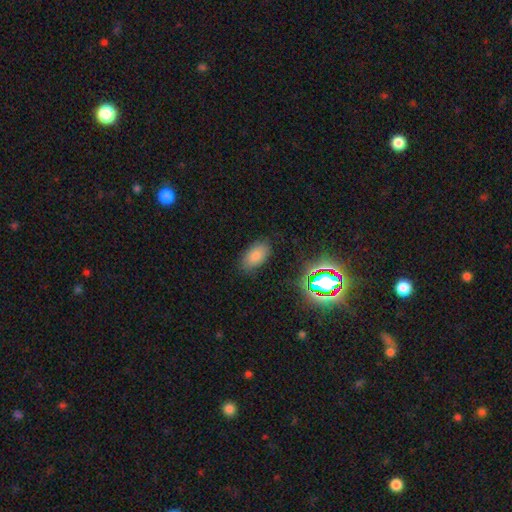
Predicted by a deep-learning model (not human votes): Morphology: type=smooth (77%); roundness=in between (92%); merging=none (82%).